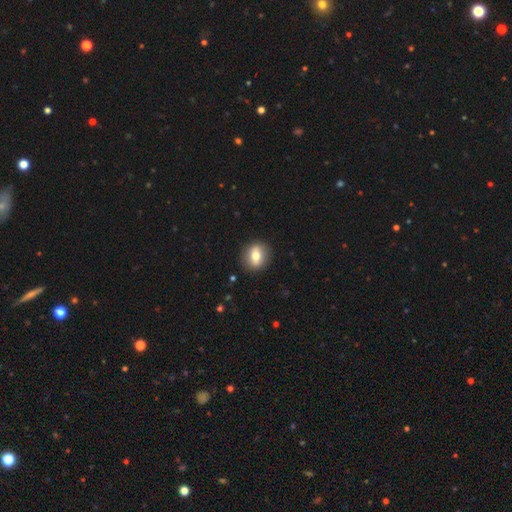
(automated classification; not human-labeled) Smooth or featured: smooth — 65% (featured or disk — 27%)
How rounded: round — 64% (in between — 34%)
Merging: none — 89% (minor disturbance — 7%)